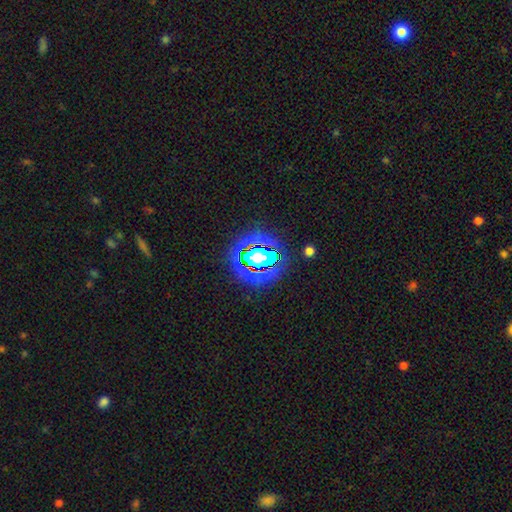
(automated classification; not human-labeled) This is likely a star or artifact rather than a galaxy (79%).